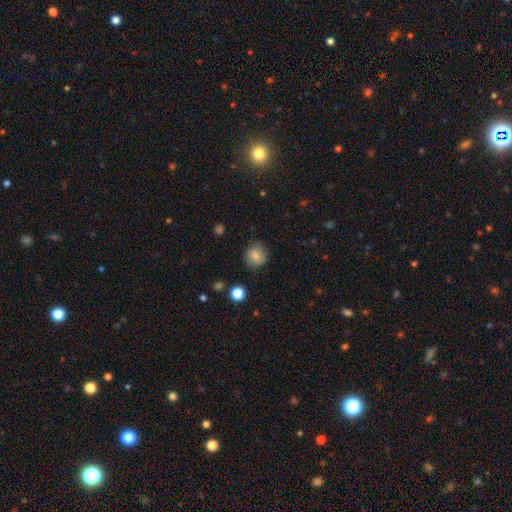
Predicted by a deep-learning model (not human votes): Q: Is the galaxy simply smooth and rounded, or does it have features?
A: smooth — 78%.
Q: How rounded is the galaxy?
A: round — 86%.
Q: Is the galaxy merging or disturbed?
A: none — 82%.